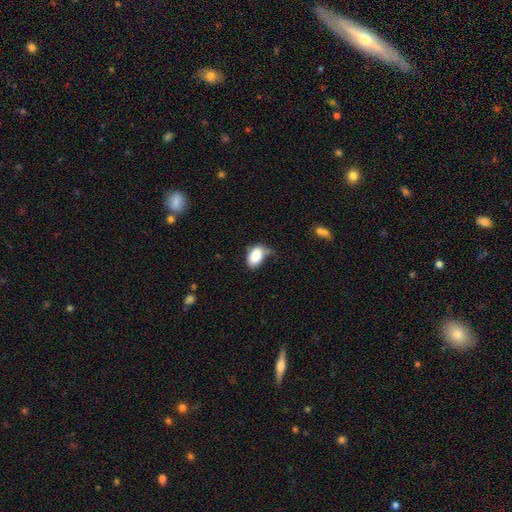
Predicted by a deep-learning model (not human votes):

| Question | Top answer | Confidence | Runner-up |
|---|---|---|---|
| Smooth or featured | smooth | 85% | star or artifact (7%) |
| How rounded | in between | 87% | round (12%) |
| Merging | none | 40% | minor disturbance (39%) |